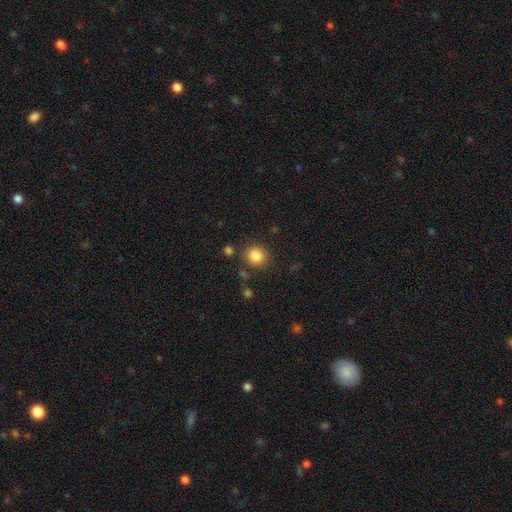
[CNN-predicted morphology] A smooth galaxy with no disk features (85%) that is round (87%). Merging: none (84%).